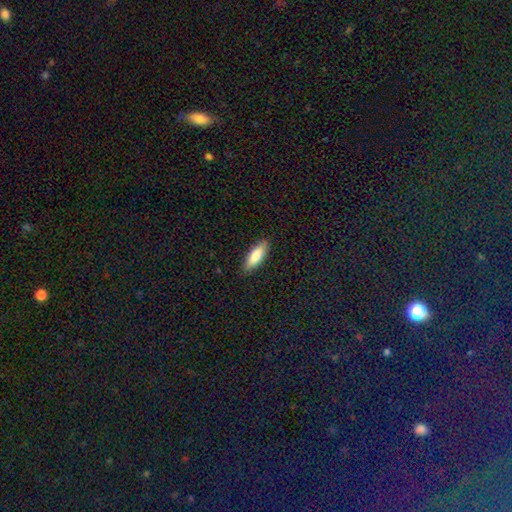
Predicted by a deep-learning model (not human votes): Overall: smooth (82%). How rounded: in between (53%; cigar-shaped 45%). Merging: none (88%).